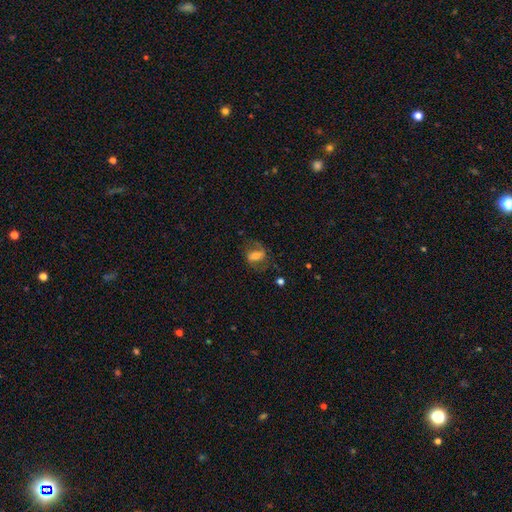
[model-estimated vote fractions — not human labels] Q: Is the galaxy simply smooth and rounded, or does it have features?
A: featured or disk — 53%.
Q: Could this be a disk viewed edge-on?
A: no — 94%.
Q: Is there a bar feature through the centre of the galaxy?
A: strong — 39%.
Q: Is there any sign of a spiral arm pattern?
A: yes — 78%.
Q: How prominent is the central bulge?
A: moderate — 35%.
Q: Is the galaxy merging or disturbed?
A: none — 56%.